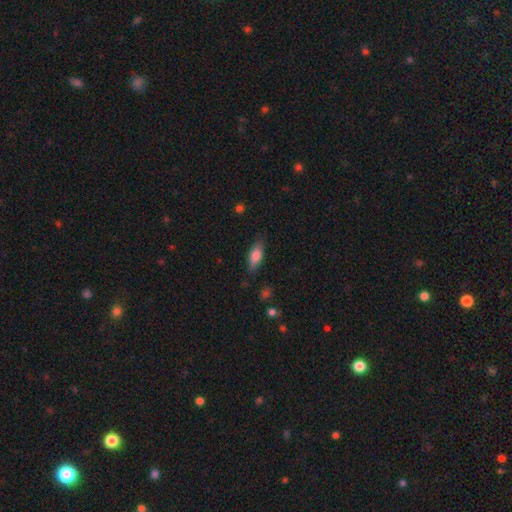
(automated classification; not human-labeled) This is likely a smooth galaxy (76%). How rounded: likely in between (69%). Merging: clearly none (82%).